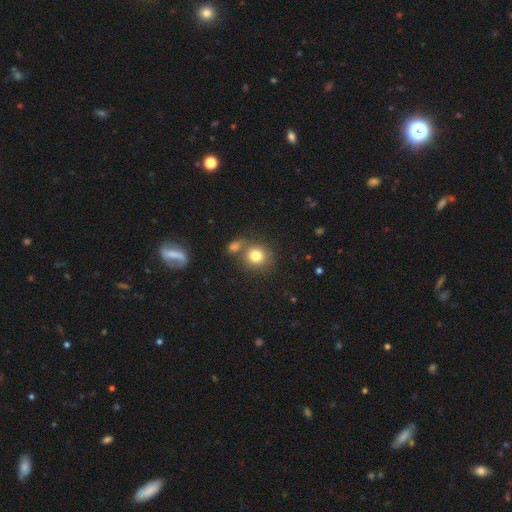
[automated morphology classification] Smooth or featured? smooth (80%)
How rounded? round (85%)
Merging? none (60%)